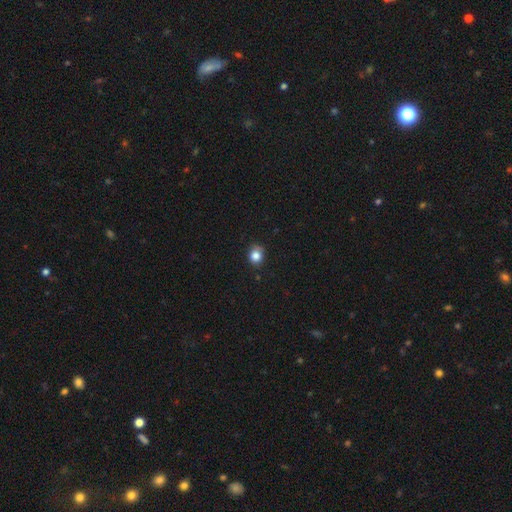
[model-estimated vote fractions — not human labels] This appears to be a smooth galaxy with no disk features (83%) that is round (71%). Merging: none (76%).